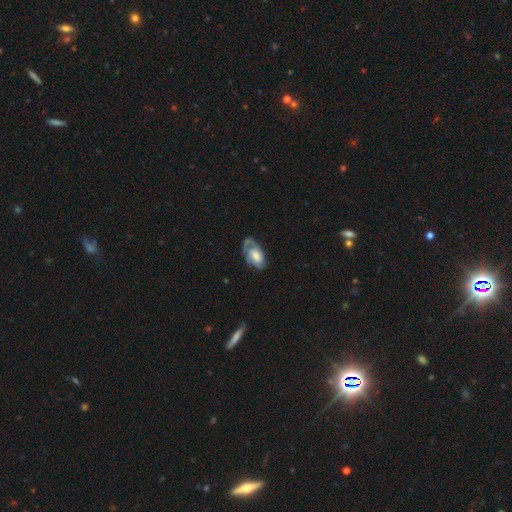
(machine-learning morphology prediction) smooth-or-featured: featured or disk: 63% | smooth: 31% | star or artifact: 6%
  disk-edge-on: no: 95% | yes: 5%
    bar: no: 68% | weak: 27% | strong: 6%
    has-spiral-arms: yes: 82% | no: 18%
    bulge-size: large: 37% | moderate: 36% | small: 14% | none: 9% | dominant: 4%
  merging: none: 52% | minor disturbance: 28% | major disturbance: 17% | merger: 3%